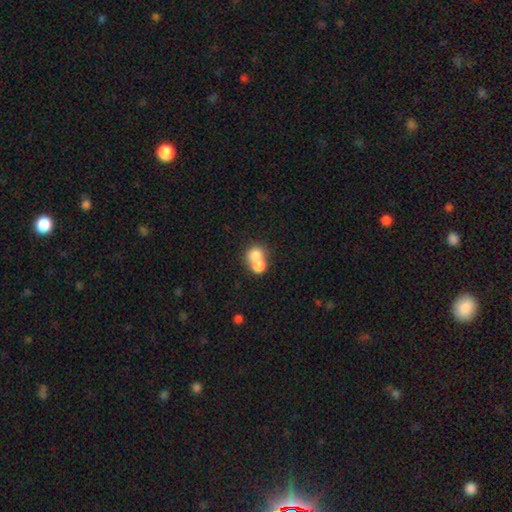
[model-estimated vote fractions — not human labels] A smooth galaxy with no disk features (75%) that is round (69%).

Vote fractions:
- Smooth or featured? smooth: 75% / featured or disk: 15% / star or artifact: 10%
- How rounded? round: 69% / in between: 30% / cigar-shaped: 1%
- Merging? merger: 65% / none: 26% / minor disturbance: 5% / major disturbance: 3%